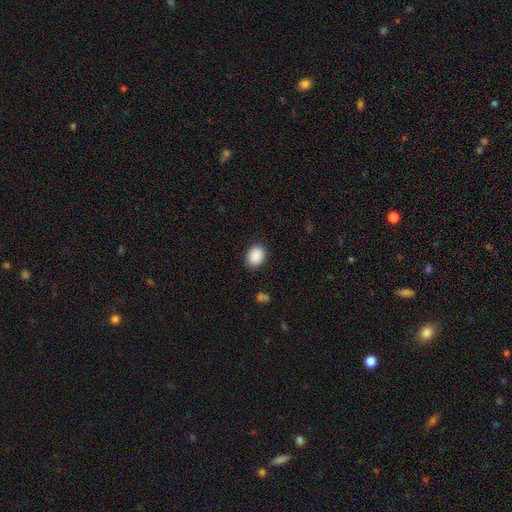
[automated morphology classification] The model was most divided on "how rounded": in between: 59%, round: 40%, cigar-shaped: 1%. More confident: smooth or featured — smooth (90%); merging — none (88%).